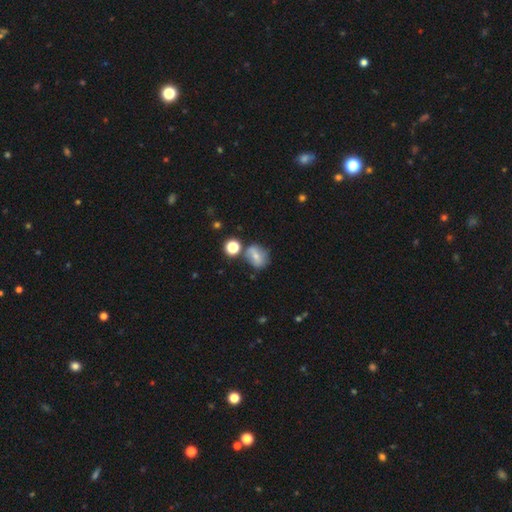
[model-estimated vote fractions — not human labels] smooth-or-featured: smooth: 60% | featured or disk: 28% | star or artifact: 12%
  how-rounded: round: 54% | in between: 44% | cigar-shaped: 2%
  merging: none: 59% | minor disturbance: 20% | merger: 14% | major disturbance: 6%